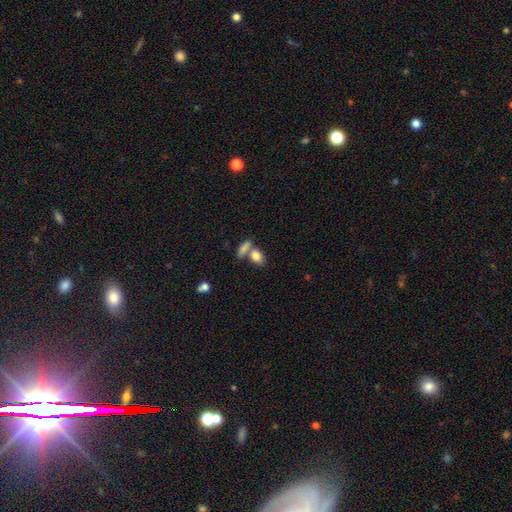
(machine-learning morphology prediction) A smooth galaxy with no disk features (82%) that is in between round and cigar-shaped (79%). Merging: merger (45%).